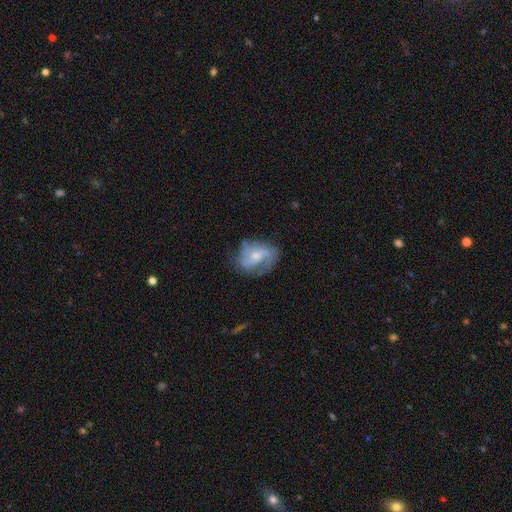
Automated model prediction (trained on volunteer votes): This is likely a featured or disk galaxy (72%). It is clearly not viewed edge-on (97%). Bar: possibly no (50%). Spiral arm pattern: clearly yes (90%). Spiral arm count: possibly 2 (54%). Spiral winding: marginally medium (44%). Central bulge: possibly moderate (47%). Merging: likely none (60%).